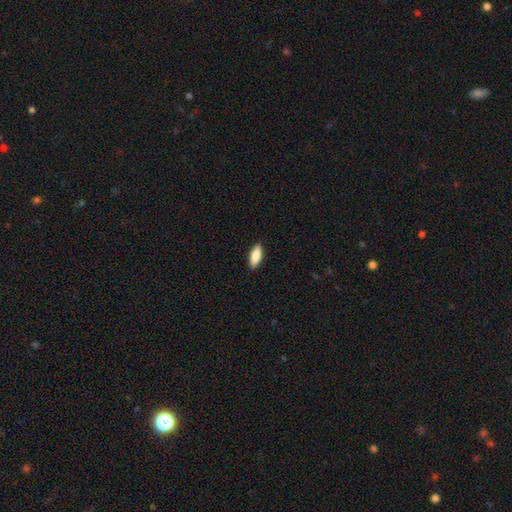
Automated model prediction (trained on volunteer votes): Smooth or featured? smooth (85%)
How rounded? in between (72%)
Merging? none (89%)